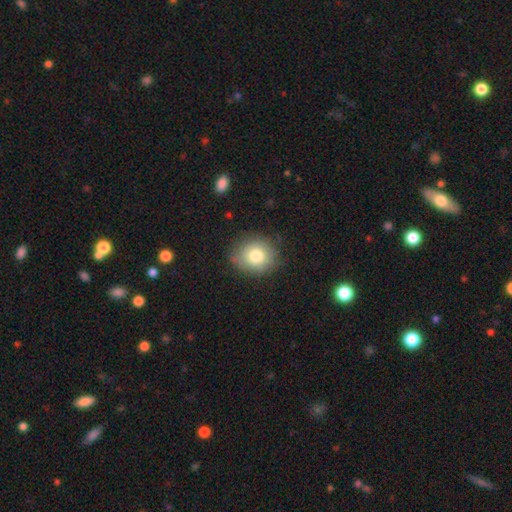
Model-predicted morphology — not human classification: Q: Smooth or featured?
A: smooth (78%); runner-up: featured or disk (13%)
Q: How rounded?
A: round (73%); runner-up: in between (26%)
Q: Merging?
A: none (77%); runner-up: minor disturbance (17%)